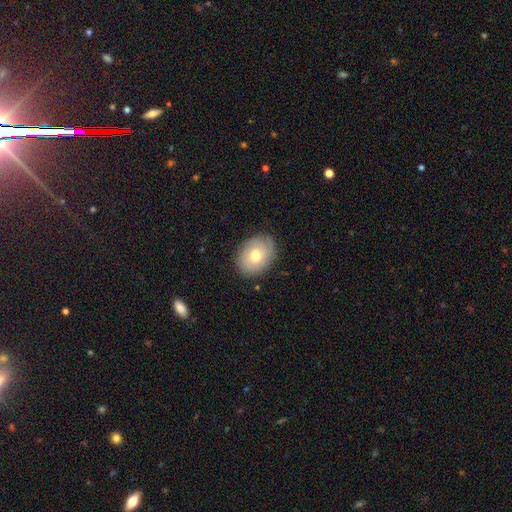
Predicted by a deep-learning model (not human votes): This is likely a smooth galaxy (64%). How rounded: likely in between (63%). Merging: clearly none (81%).